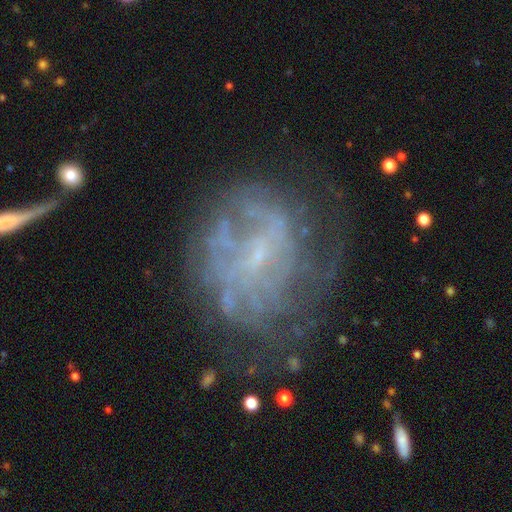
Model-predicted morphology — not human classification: smooth_or_featured: featured or disk (p=0.68) [alt: smooth p=0.19]
disk_edge_on: no (p=0.97) [alt: yes p=0.03]
bar: no (p=0.60) [alt: weak p=0.32]
has_spiral_arms: yes (p=0.50) [tied with: no p=0.50]
bulge_size: small (p=0.56) [alt: none p=0.33]
merging: none (p=0.54) [alt: major disturbance p=0.22]